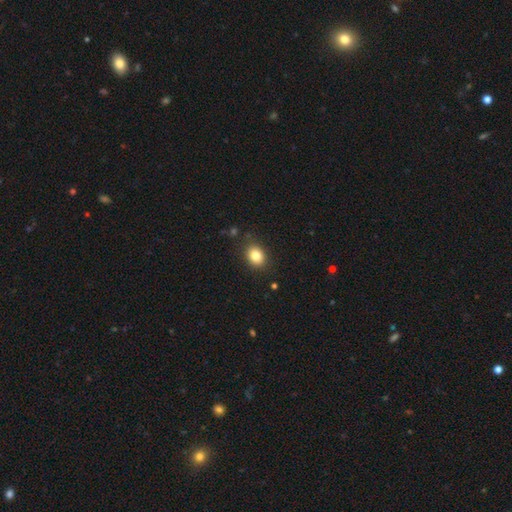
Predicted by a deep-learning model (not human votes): This appears to be a smooth galaxy with no disk features (83%) that is in between round and cigar-shaped (53%). Merging: none (86%).